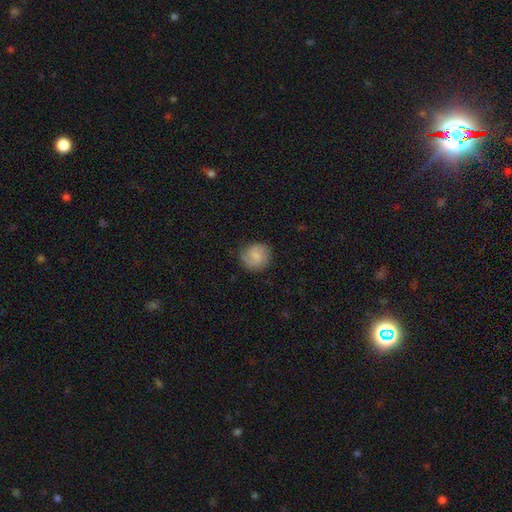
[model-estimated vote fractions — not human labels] smooth 58%, featured or disk 35%, star or artifact 7%. Down the decision tree: how rounded — round (88%); merging — none (77%).